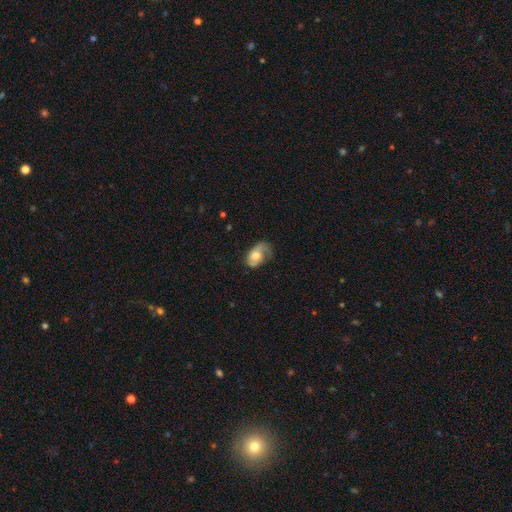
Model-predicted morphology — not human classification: smooth-or-featured: featured or disk: 55% | smooth: 38% | star or artifact: 7%
  disk-edge-on: no: 95% | yes: 5%
    bar: no: 72% | weak: 23% | strong: 5%
    has-spiral-arms: yes: 81% | no: 19%
    bulge-size: moderate: 62% | large: 20% | small: 14% | none: 2% | dominant: 2%
  merging: none: 43% | minor disturbance: 29% | major disturbance: 26% | merger: 2%